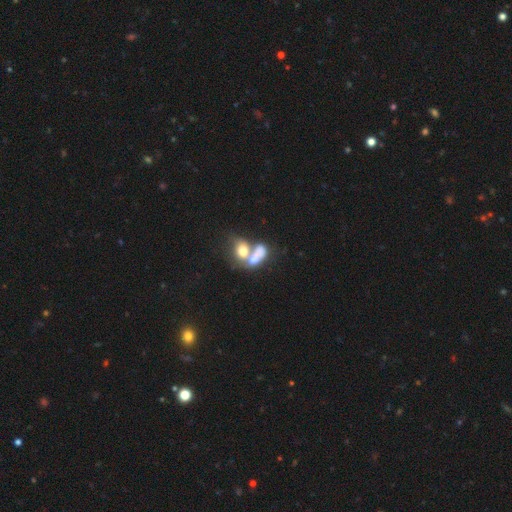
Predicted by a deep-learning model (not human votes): smooth_or_featured: smooth (p=0.61) [alt: featured or disk p=0.29]
how_rounded: in between (p=0.74) [alt: round p=0.23]
merging: merger (p=0.72) [alt: none p=0.14]